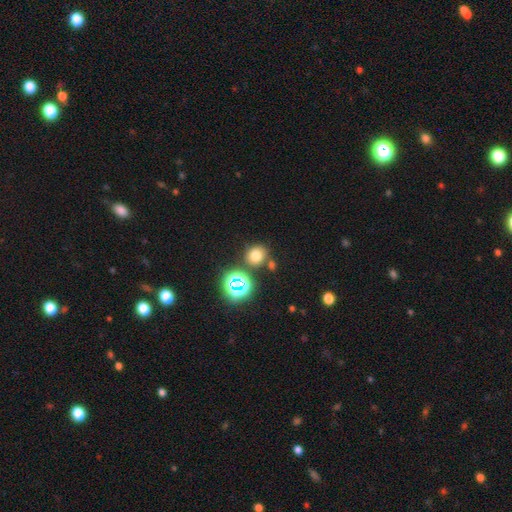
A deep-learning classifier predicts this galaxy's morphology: A smooth galaxy with no disk features (68%) that is round (80%).

Vote fractions:
- Smooth or featured? smooth: 68% / star or artifact: 24% / featured or disk: 8%
- How rounded? round: 80% / in between: 18% / cigar-shaped: 1%
- Merging? none: 74% / merger: 12% / minor disturbance: 10% / major disturbance: 4%